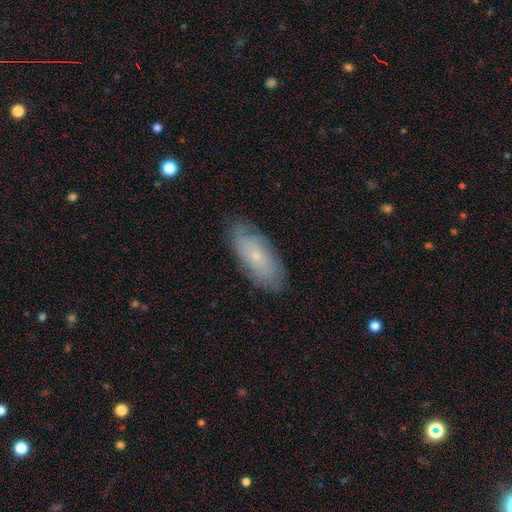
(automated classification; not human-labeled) Smooth or featured? smooth (50%)
How rounded? in between (82%)
Merging? none (78%)